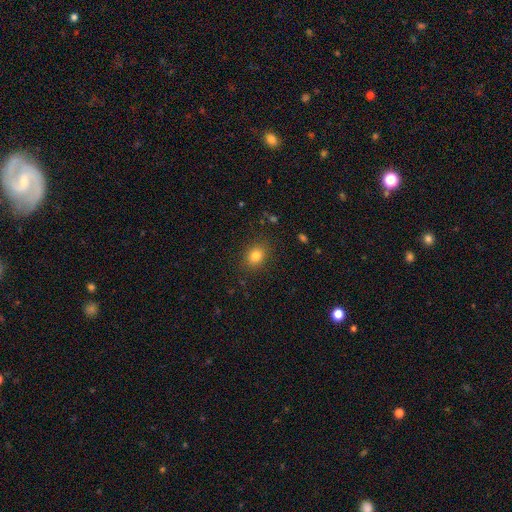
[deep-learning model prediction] smooth_or_featured: smooth (p=0.82) [alt: star or artifact p=0.12]
how_rounded: in between (p=0.54) [alt: round p=0.45]
merging: none (p=0.86) [alt: minor disturbance p=0.09]